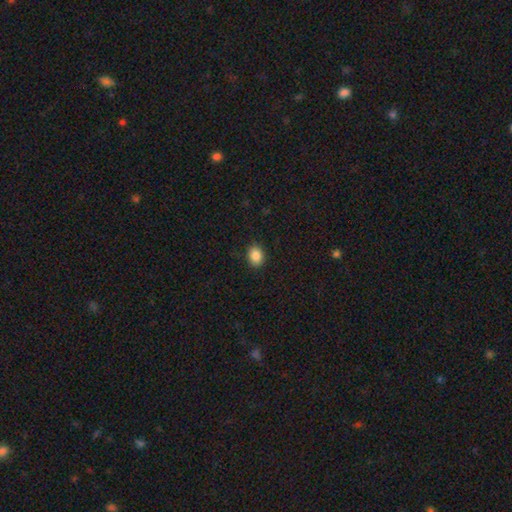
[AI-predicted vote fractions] smooth_or_featured: smooth (p=0.87) [alt: star or artifact p=0.09]
how_rounded: in between (p=0.62) [alt: round p=0.37]
merging: none (p=0.89) [alt: minor disturbance p=0.08]